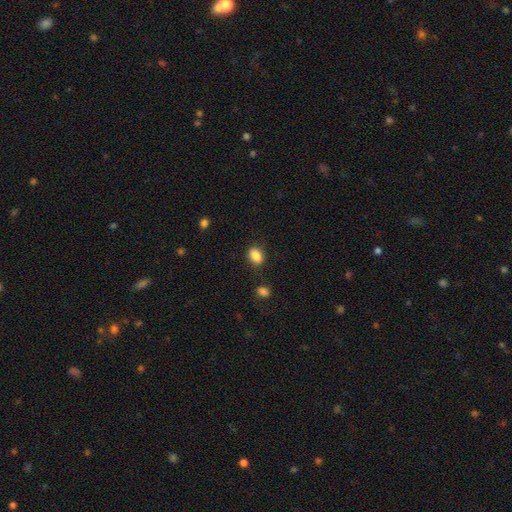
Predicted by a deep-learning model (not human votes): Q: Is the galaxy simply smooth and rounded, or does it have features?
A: smooth — 87%.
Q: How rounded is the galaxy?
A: in between — 75%.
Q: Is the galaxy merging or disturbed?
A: none — 80%.